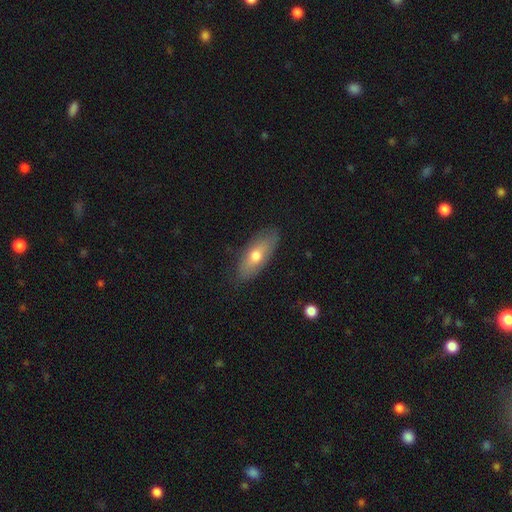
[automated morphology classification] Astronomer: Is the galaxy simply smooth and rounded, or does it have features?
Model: smooth — 62%.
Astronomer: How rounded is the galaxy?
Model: in between — 74%.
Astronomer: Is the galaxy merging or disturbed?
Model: none — 84%.